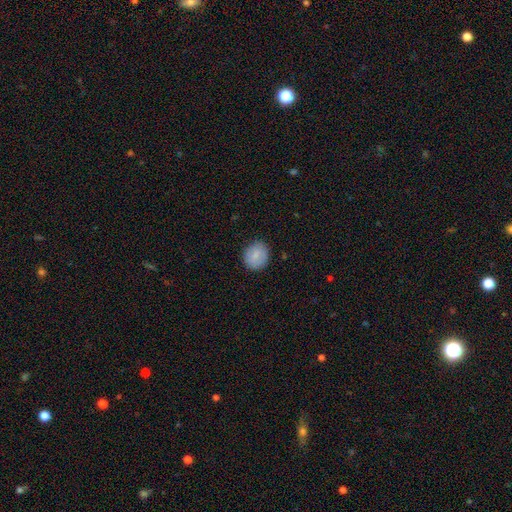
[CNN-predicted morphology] Smooth or featured? Predicted: smooth (p=0.82). How rounded? Predicted: round (p=0.74). Merging? Predicted: none (p=0.86).